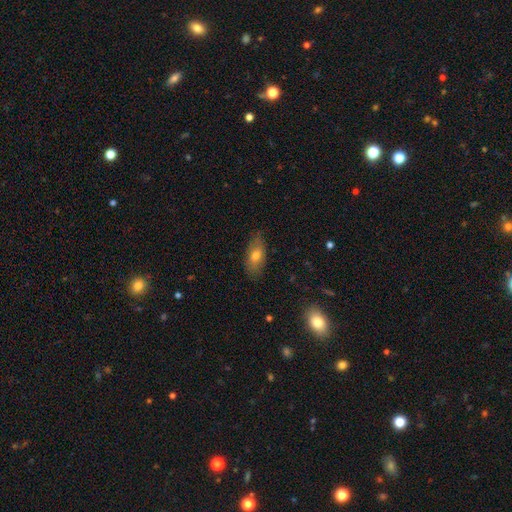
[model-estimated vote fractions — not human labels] Smooth or featured? smooth (70%)
How rounded? in between (85%)
Merging? none (79%)